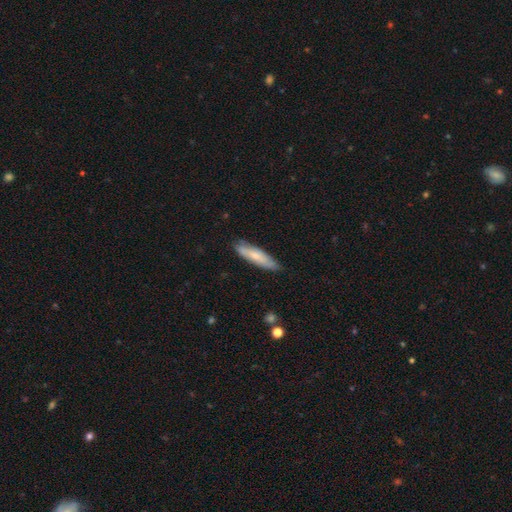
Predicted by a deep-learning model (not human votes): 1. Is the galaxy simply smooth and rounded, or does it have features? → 63% smooth, 32% featured or disk, 6% star or artifact.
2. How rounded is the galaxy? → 71% cigar-shaped, 27% in between, 2% round.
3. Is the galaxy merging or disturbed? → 76% none, 19% minor disturbance, 3% major disturbance, 2% merger.